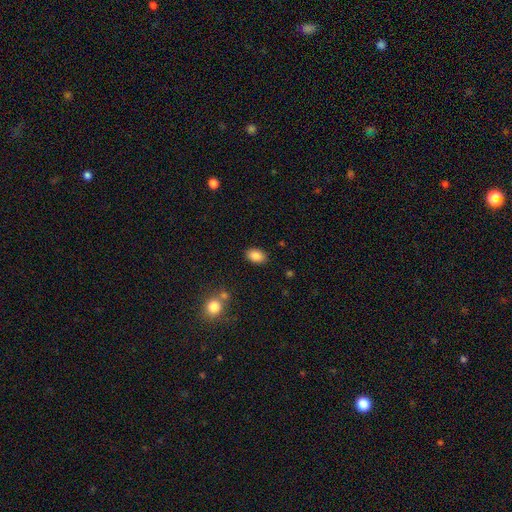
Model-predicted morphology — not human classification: The model was most divided on "how rounded": in between: 87%, round: 12%, cigar-shaped: 1%. More confident: smooth or featured — smooth (86%); merging — none (86%).